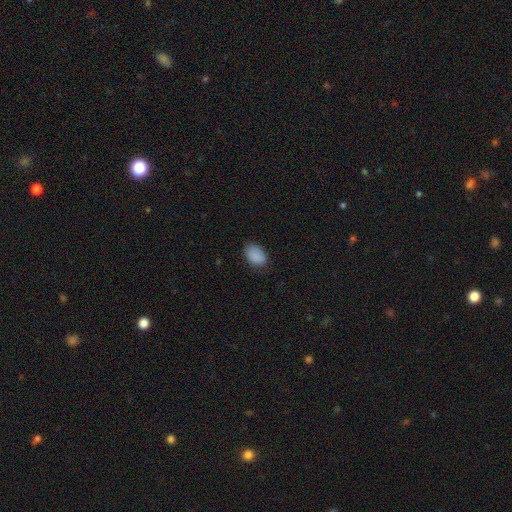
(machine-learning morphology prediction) Smooth or featured? Predicted: smooth (p=0.88). How rounded? Predicted: in between (p=0.84). Merging? Predicted: none (p=0.79).